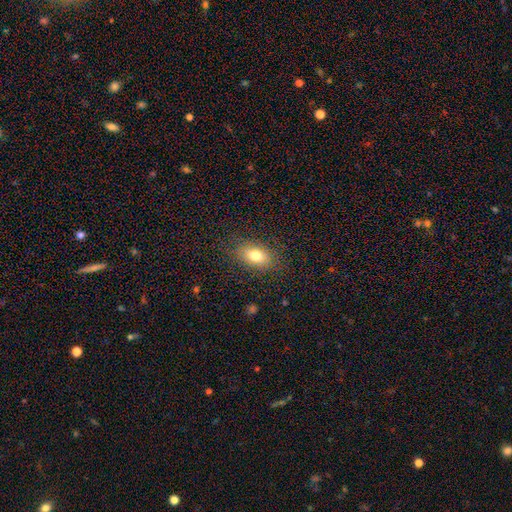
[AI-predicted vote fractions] smooth-or-featured: smooth: 79% | featured or disk: 12% | star or artifact: 9%
  how-rounded: in between: 87% | round: 10% | cigar-shaped: 3%
  merging: none: 85% | minor disturbance: 11% | major disturbance: 4% | merger: 1%